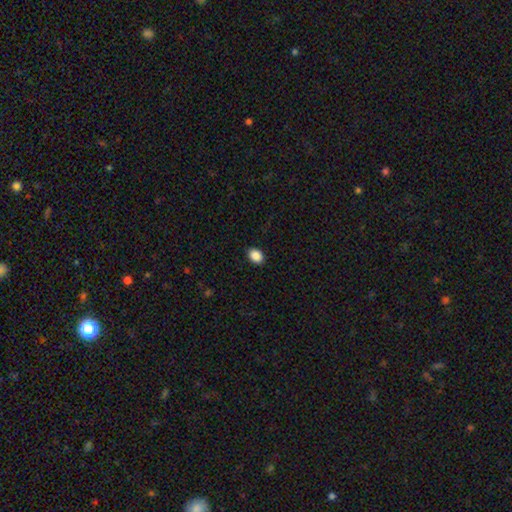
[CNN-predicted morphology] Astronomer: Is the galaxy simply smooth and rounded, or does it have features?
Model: smooth — 89%.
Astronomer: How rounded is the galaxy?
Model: in between — 74%.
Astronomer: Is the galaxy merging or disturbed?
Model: none — 90%.